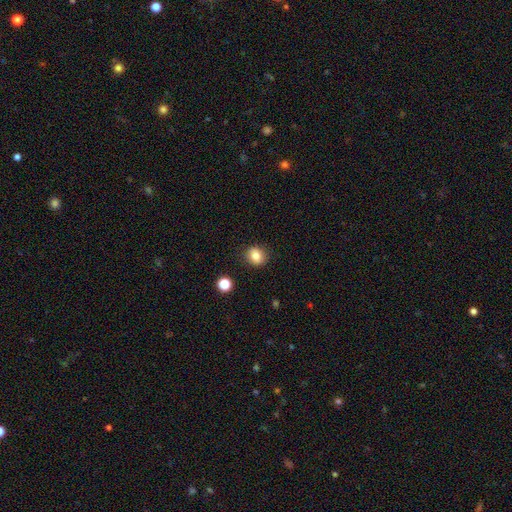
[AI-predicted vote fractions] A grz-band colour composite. It shows a smooth galaxy with no disk features (82%) that is round (78%). Merging: none (88%).